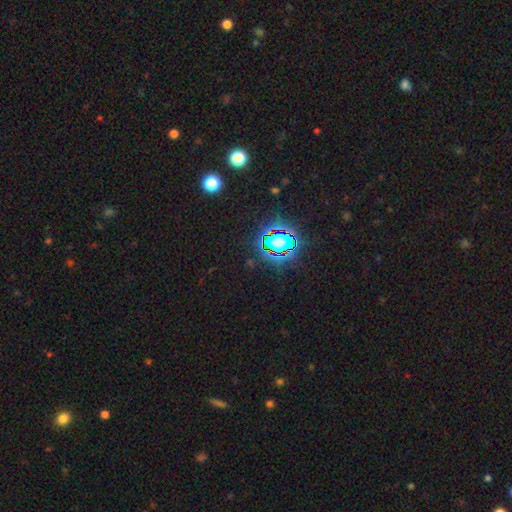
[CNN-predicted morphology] Smooth or featured: star or artifact — 80% (smooth — 12%)